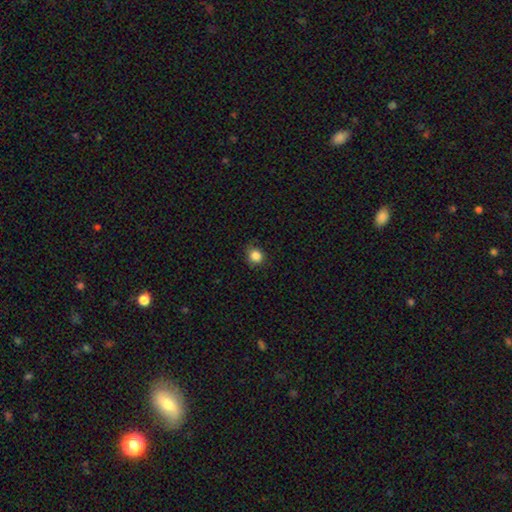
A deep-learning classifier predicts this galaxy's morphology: smooth-or-featured: smooth: 85% | star or artifact: 11% | featured or disk: 4%
  how-rounded: round: 86% | in between: 13% | cigar-shaped: 1%
  merging: none: 83% | minor disturbance: 13% | major disturbance: 3% | merger: 1%